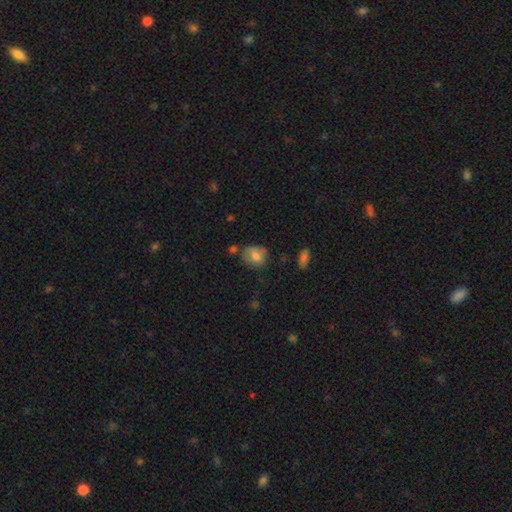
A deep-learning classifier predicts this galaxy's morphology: Smooth or featured? smooth (73%)
How rounded? round (58%)
Merging? none (59%)